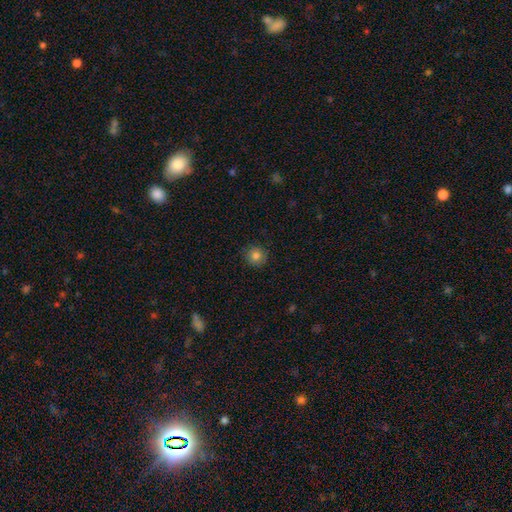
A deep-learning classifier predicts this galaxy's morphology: Overall: smooth (82%). How rounded: round (93%). Merging: none (89%).